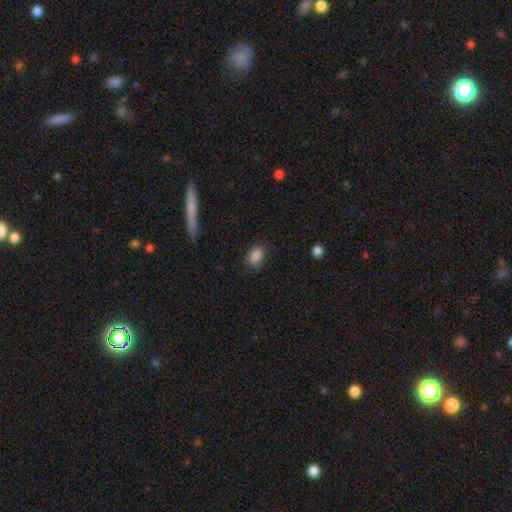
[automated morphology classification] The model was most divided on "how rounded": in between: 77%, round: 21%, cigar-shaped: 2%. More confident: smooth or featured — smooth (87%); merging — none (81%).